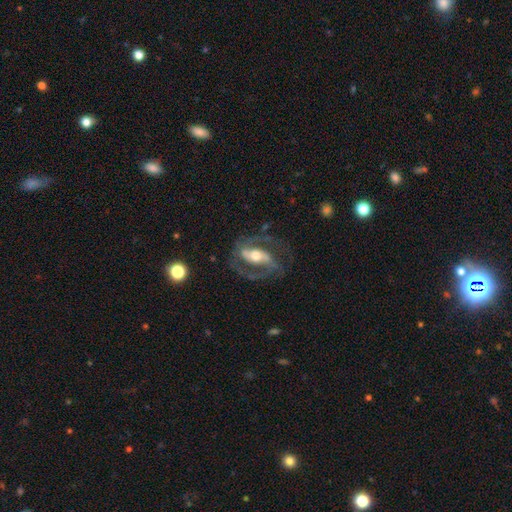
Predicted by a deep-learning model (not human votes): Q: Smooth or featured?
A: featured or disk (85%); runner-up: smooth (10%)
Q: Edge-on disk?
A: no (94%); runner-up: yes (6%)
Q: Bar?
A: strong (50%); runner-up: weak (30%)
Q: Spiral arms?
A: yes (92%); runner-up: no (8%)
Q: Spiral winding?
A: medium (56%); runner-up: tight (24%)
Q: Spiral arm count?
A: 2 (88%); runner-up: can't tell (4%)
Q: Bulge size?
A: moderate (65%); runner-up: small (19%)
Q: Merging?
A: none (68%); runner-up: minor disturbance (16%)